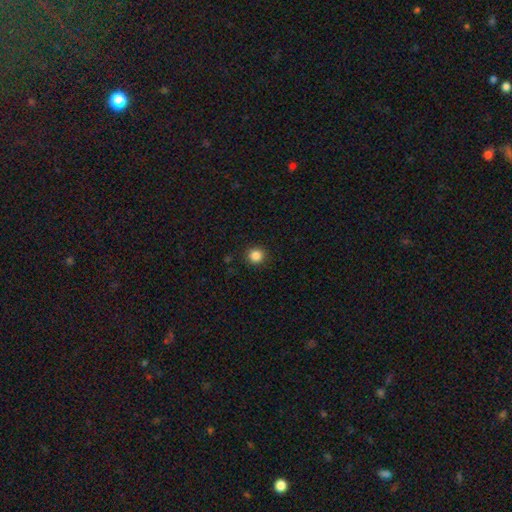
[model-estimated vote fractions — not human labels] Q: Smooth or featured?
A: smooth (85%); runner-up: star or artifact (11%)
Q: How rounded?
A: round (93%); runner-up: in between (6%)
Q: Merging?
A: none (90%); runner-up: minor disturbance (7%)